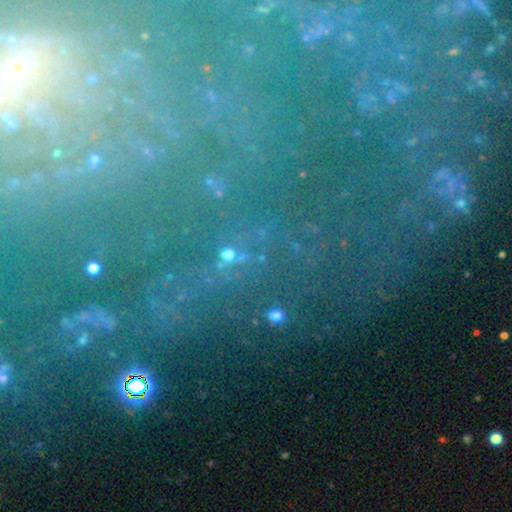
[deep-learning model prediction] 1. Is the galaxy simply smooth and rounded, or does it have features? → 48% star or artifact, 37% featured or disk, 16% smooth.